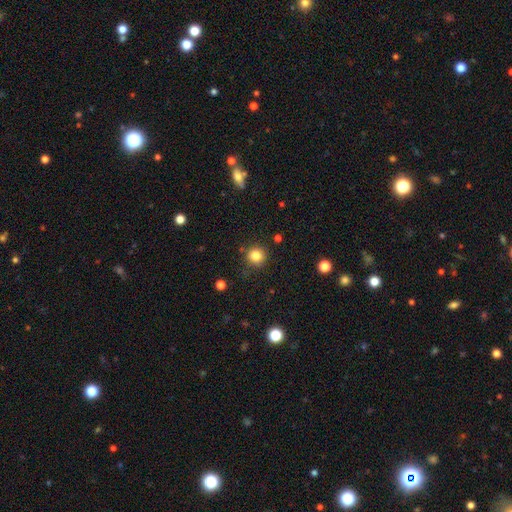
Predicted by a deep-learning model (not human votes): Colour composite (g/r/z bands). It shows a smooth galaxy with no disk features (82%) that is round (92%). Merging: none (85%).